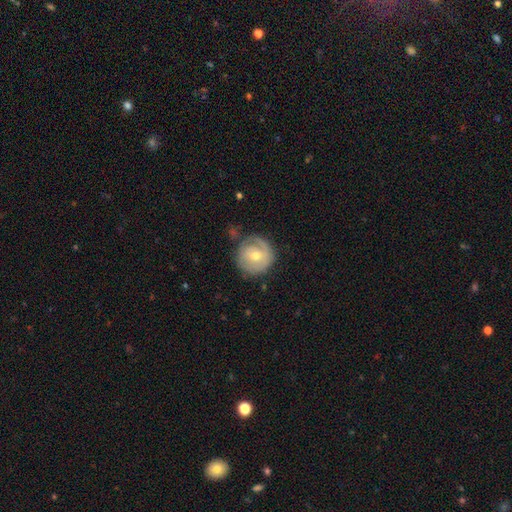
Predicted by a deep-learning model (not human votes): A featured or disk galaxy (56%) with no bar (68%), spiral arms (65%) and a moderate central bulge (58%).

Vote fractions:
- Smooth or featured? featured or disk: 56% / smooth: 37% / star or artifact: 7%
- Edge-on disk? no: 97% / yes: 3%
- Bar? no: 68% / weak: 26% / strong: 6%
- Spiral arms? yes: 65% / no: 35%
- Bulge size? moderate: 58% / small: 38% / large: 2% / none: 1% / dominant: 1%
- Merging? none: 67% / minor disturbance: 21% / major disturbance: 8% / merger: 4%